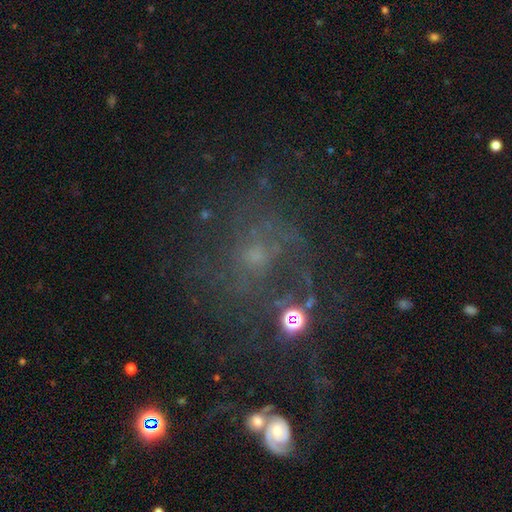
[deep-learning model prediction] Smooth or featured? featured or disk (55%)
Edge-on disk? no (97%)
Bar? no (76%)
Spiral arms? yes (74%)
Bulge size? small (56%)
Merging? none (58%)